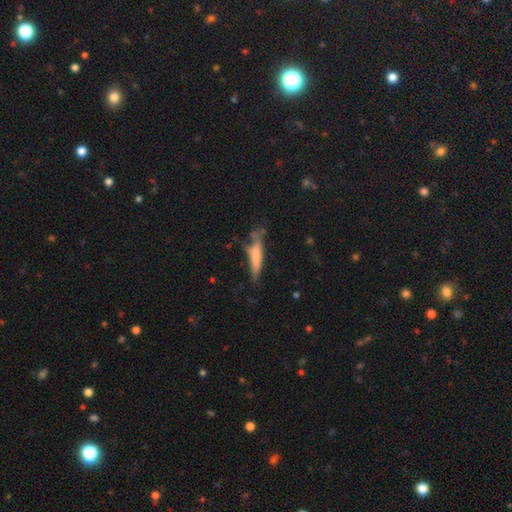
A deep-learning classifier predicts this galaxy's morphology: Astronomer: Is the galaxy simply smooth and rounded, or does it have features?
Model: smooth — 62%.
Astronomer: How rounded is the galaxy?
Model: cigar-shaped — 82%.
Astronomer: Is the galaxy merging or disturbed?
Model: none — 50% (runner-up: minor disturbance, 27%).